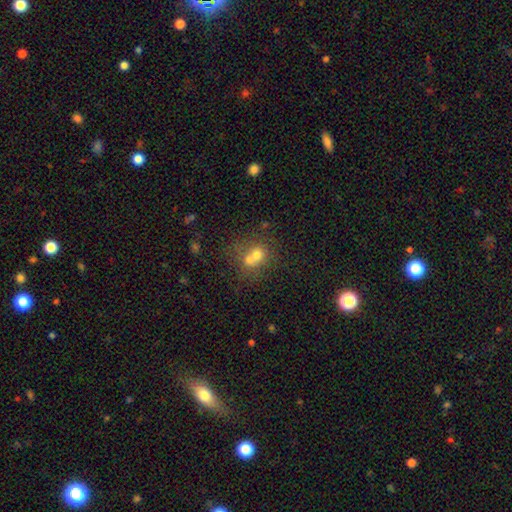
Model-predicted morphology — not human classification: Overall: smooth (65%). How rounded: round (74%). Merging: merger (60%; none 31%).